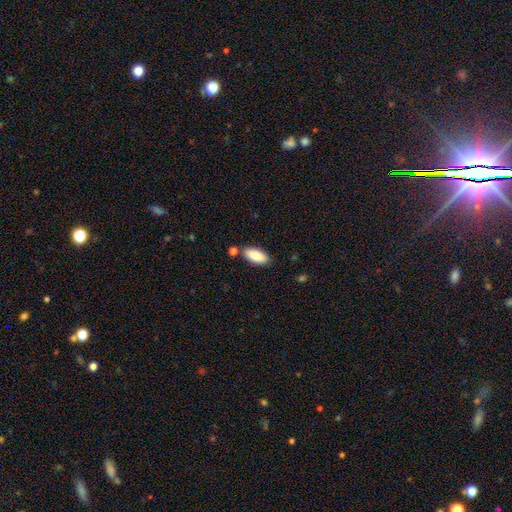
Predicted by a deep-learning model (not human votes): A smooth galaxy with no disk features (89%) that is in between round and cigar-shaped (85%).

Vote fractions:
- Smooth or featured? smooth: 89% / star or artifact: 6% / featured or disk: 5%
- How rounded? in between: 85% / cigar-shaped: 14% / round: 2%
- Merging? none: 81% / minor disturbance: 11% / merger: 6% / major disturbance: 2%